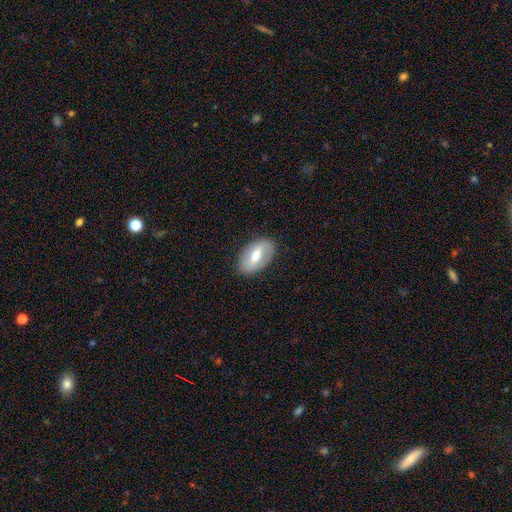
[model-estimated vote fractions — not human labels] Smooth or featured: smooth — 48% (featured or disk — 46%)
Merging: none — 85% (minor disturbance — 11%)